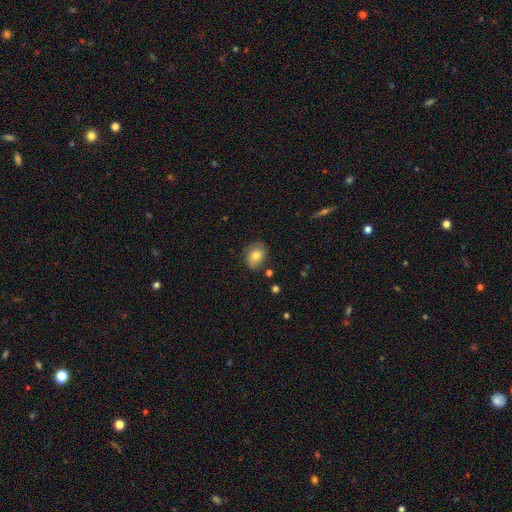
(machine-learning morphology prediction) smooth_or_featured: smooth (p=0.74) [alt: featured or disk p=0.17]
how_rounded: in between (p=0.64) [alt: round p=0.35]
merging: none (p=0.75) [alt: minor disturbance p=0.18]